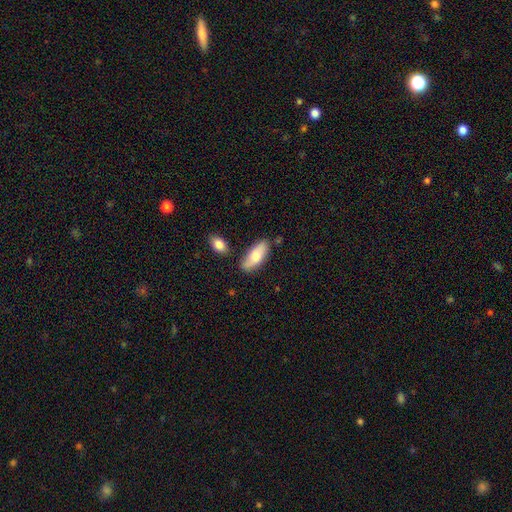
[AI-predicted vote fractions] smooth_or_featured: smooth (p=0.72) [alt: featured or disk p=0.22]
how_rounded: in between (p=0.80) [alt: cigar-shaped p=0.17]
merging: none (p=0.73) [alt: minor disturbance p=0.17]